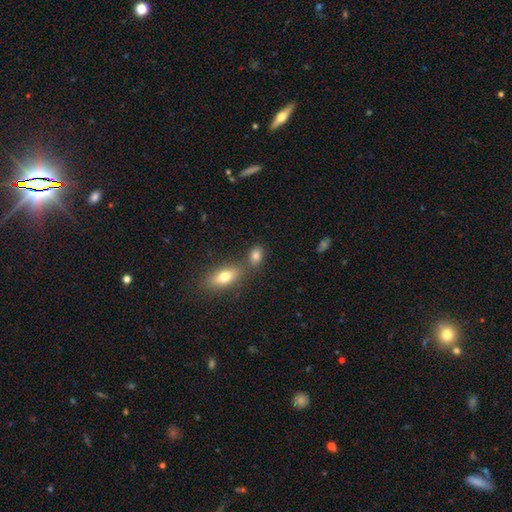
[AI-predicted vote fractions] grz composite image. It shows a smooth galaxy with no disk features (81%) that is in between round and cigar-shaped (79%). Merging: none (60%).